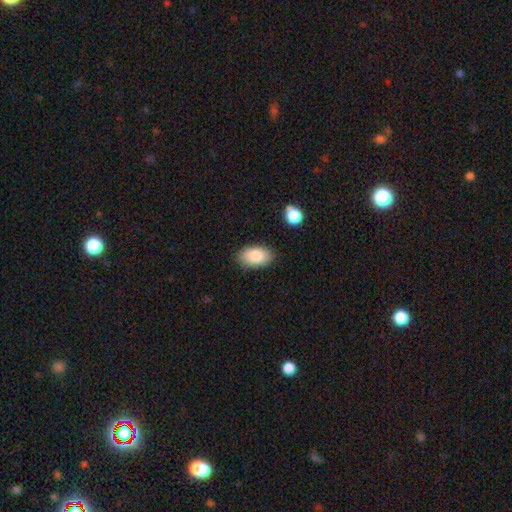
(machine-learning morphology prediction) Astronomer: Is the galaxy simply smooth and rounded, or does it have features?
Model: smooth — 85%.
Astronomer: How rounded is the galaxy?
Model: in between — 94%.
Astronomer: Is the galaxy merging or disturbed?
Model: none — 85%.